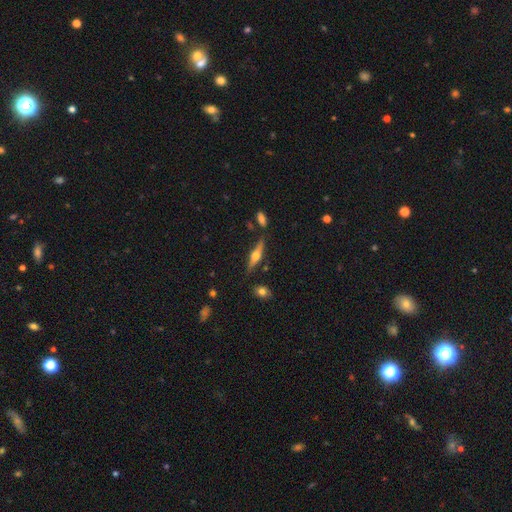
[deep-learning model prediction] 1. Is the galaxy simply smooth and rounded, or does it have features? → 63% featured or disk, 30% smooth, 7% star or artifact.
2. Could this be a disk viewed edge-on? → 94% yes, 6% no.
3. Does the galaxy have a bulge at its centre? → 95% rounded, 3% boxy, 2% none.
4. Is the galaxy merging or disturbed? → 80% none, 12% minor disturbance, 5% merger, 3% major disturbance.